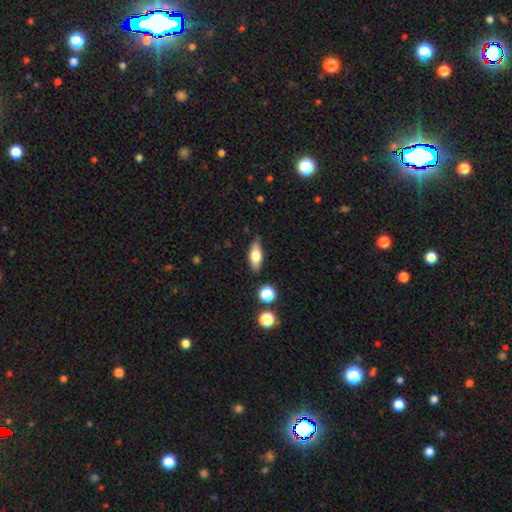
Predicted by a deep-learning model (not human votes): This appears to be a smooth galaxy with no disk features (63%) that is in between round and cigar-shaped (74%). Merging: none (83%).